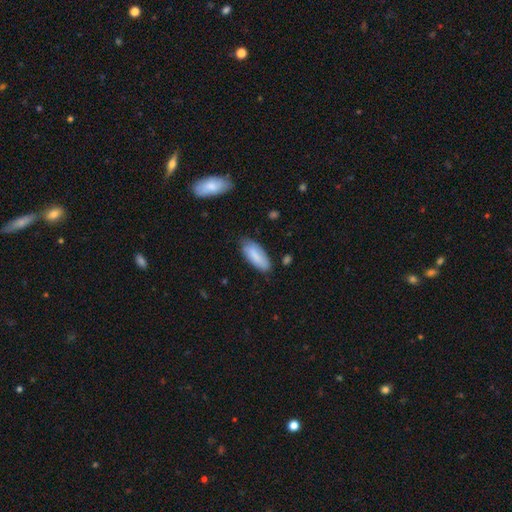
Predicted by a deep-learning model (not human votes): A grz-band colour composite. It shows a smooth galaxy with no disk features (83%) that is in between round and cigar-shaped (79%). Merging: none (74%).